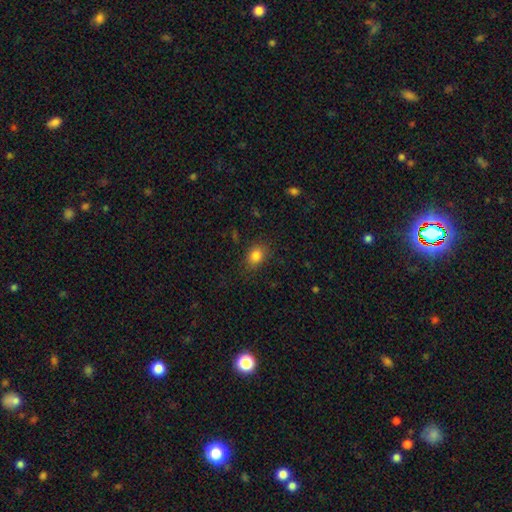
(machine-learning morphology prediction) This is clearly a smooth galaxy (83%). How rounded: likely in between (64%). Merging: clearly none (80%).